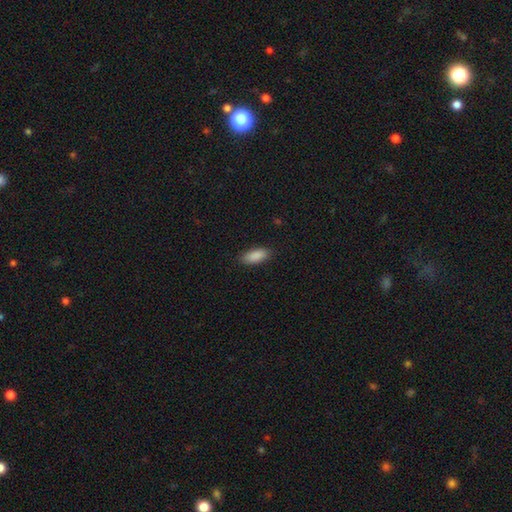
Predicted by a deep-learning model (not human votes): This appears to be a smooth galaxy with no disk features (90%) that is in between round and cigar-shaped (82%). Merging: none (87%).